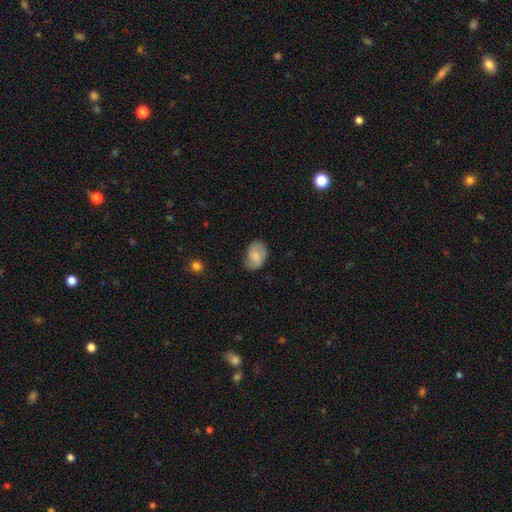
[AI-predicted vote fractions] Smooth or featured: smooth — 60% (featured or disk — 32%)
How rounded: in between — 82% (round — 17%)
Merging: none — 66% (minor disturbance — 25%)